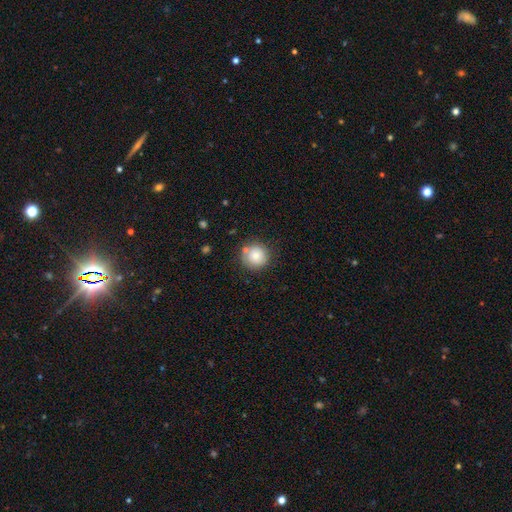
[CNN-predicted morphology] Smooth or featured? Predicted: smooth (p=0.80). How rounded? Predicted: round (p=0.94). Merging? Predicted: none (p=0.78).